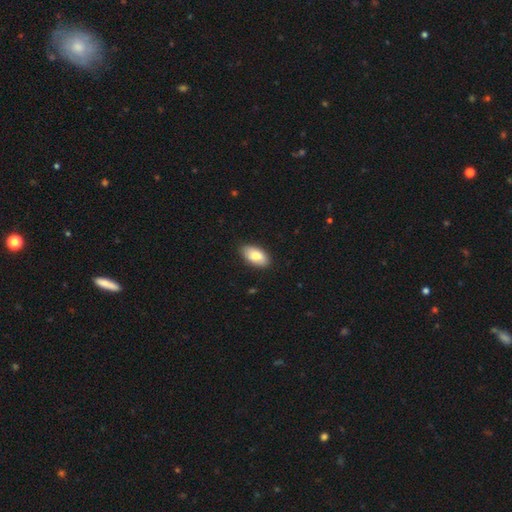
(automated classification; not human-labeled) Overall: smooth (83%). How rounded: in between (94%). Merging: none (86%).